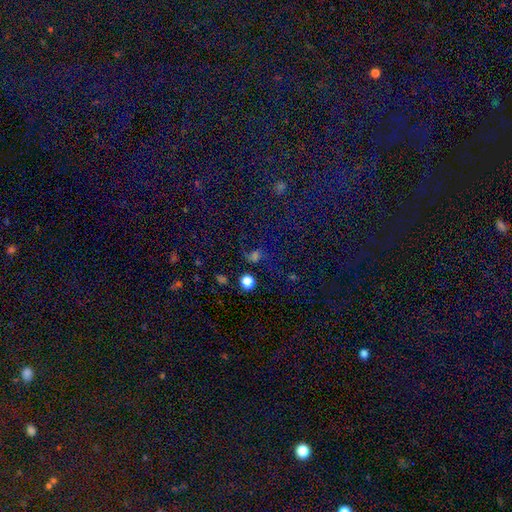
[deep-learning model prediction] Overall: star or artifact (51%; smooth 35%).